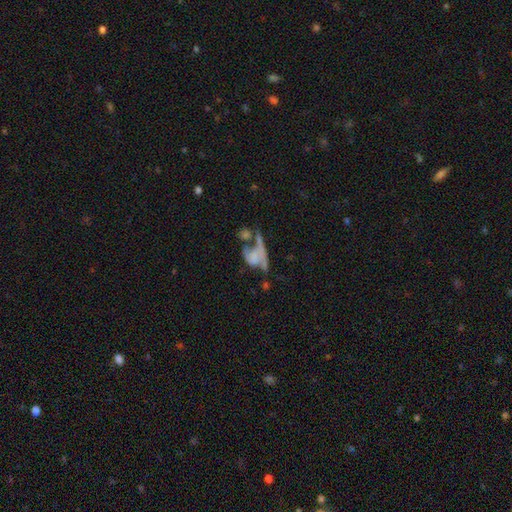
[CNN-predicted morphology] This appears to be a featured or disk galaxy (50%). Merging: merger (37%).